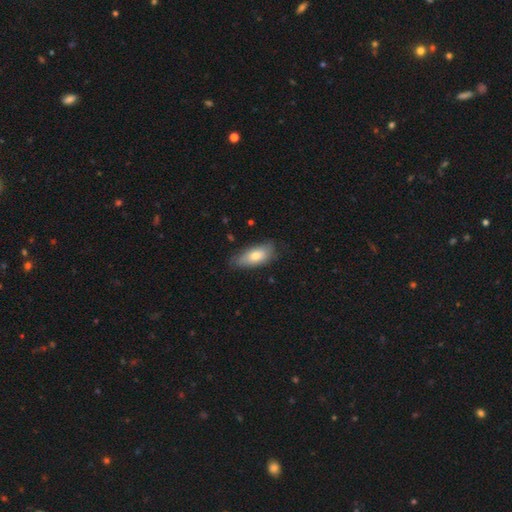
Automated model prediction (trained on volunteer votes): smooth-or-featured: smooth: 71% | featured or disk: 23% | star or artifact: 6%
  how-rounded: in between: 86% | cigar-shaped: 11% | round: 3%
  merging: none: 69% | minor disturbance: 25% | major disturbance: 4% | merger: 1%